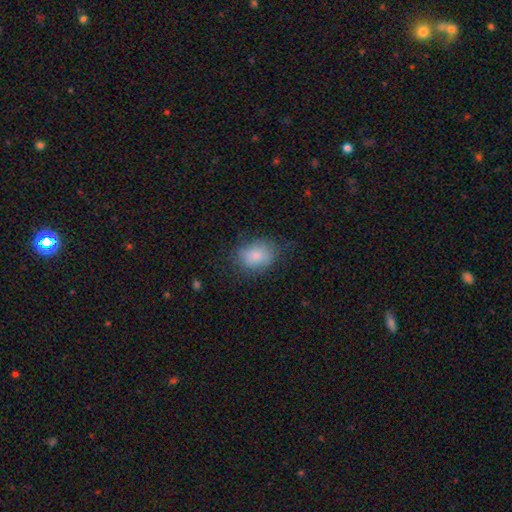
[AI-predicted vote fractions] Morphology: type=smooth (81%); roundness=in between (65%); merging=none (65%).